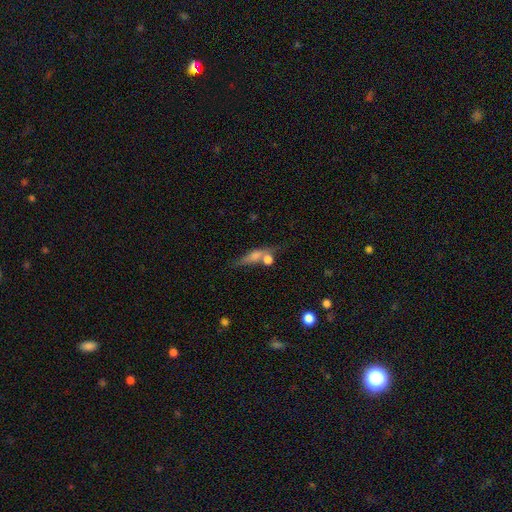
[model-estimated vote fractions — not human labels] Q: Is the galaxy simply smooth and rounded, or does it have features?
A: featured or disk — 44%.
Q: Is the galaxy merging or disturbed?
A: none — 54%.